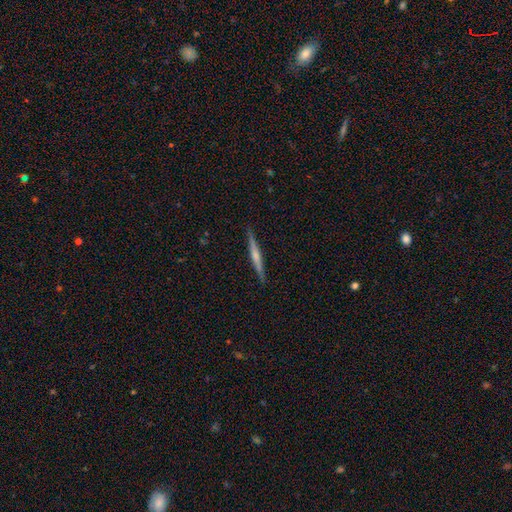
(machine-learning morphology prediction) Smooth or featured?
  - featured or disk: 60% *
  - smooth: 34%
  - star or artifact: 6%
Edge-on disk?
  - yes: 98% *
  - no: 2%
Edge-on bulge?
  - rounded: 51% *
  - none: 36%
  - boxy: 12%
Merging?
  - none: 90% *
  - minor disturbance: 7%
  - major disturbance: 1%
  - merger: 1%